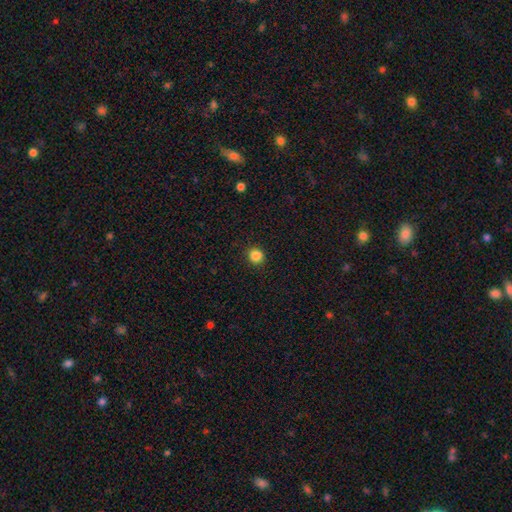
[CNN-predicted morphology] Overall: smooth (85%). How rounded: round (88%). Merging: none (90%).